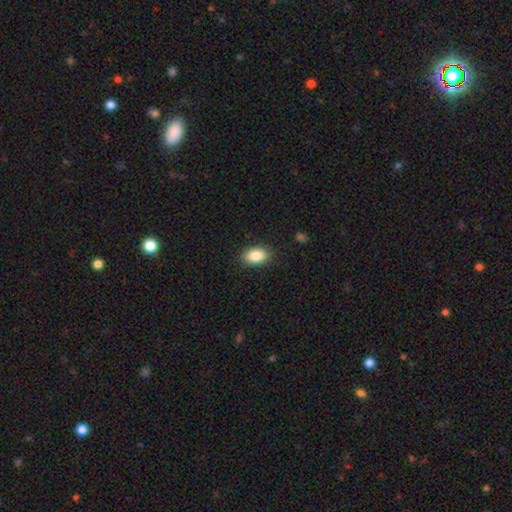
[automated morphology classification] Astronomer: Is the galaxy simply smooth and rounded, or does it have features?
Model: smooth — 87%.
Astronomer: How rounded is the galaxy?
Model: in between — 89%.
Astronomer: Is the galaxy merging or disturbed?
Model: none — 87%.